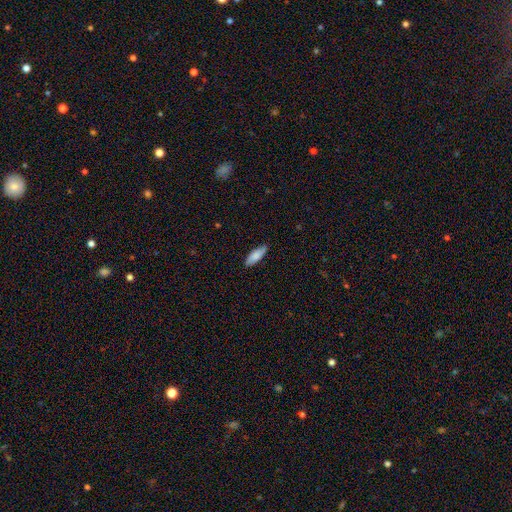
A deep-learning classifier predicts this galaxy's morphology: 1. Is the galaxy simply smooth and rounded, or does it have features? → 81% smooth, 13% featured or disk, 6% star or artifact.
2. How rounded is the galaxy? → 58% in between, 41% cigar-shaped, 2% round.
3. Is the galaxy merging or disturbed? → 83% none, 14% minor disturbance, 2% major disturbance, 1% merger.